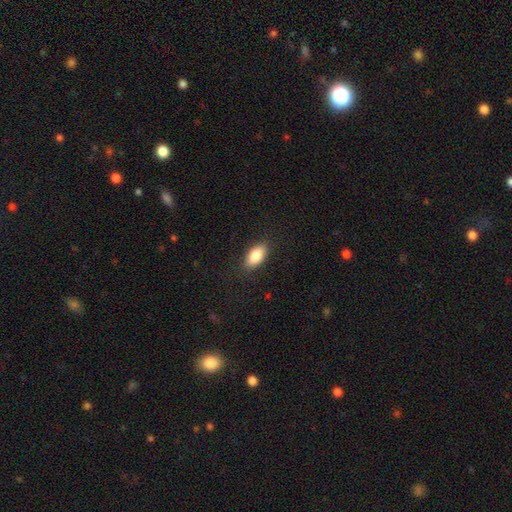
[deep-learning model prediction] A smooth galaxy with no disk features (84%) that is in between round and cigar-shaped (91%).

Vote fractions:
- Smooth or featured? smooth: 84% / featured or disk: 9% / star or artifact: 7%
- How rounded? in between: 91% / cigar-shaped: 5% / round: 4%
- Merging? none: 87% / minor disturbance: 10% / major disturbance: 2% / merger: 1%